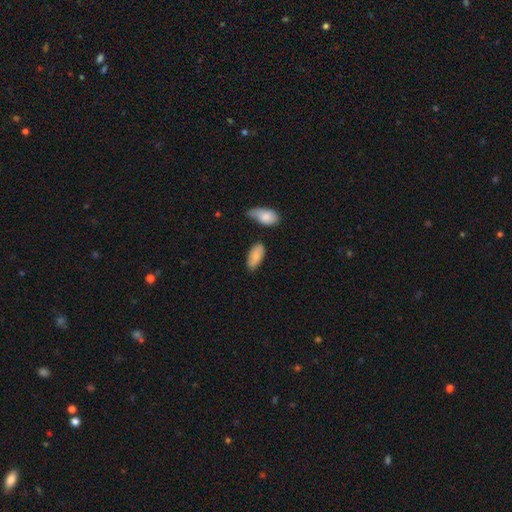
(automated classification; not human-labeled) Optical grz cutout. It shows a smooth galaxy with no disk features (81%) that is in between round and cigar-shaped (89%). Merging: none (69%).